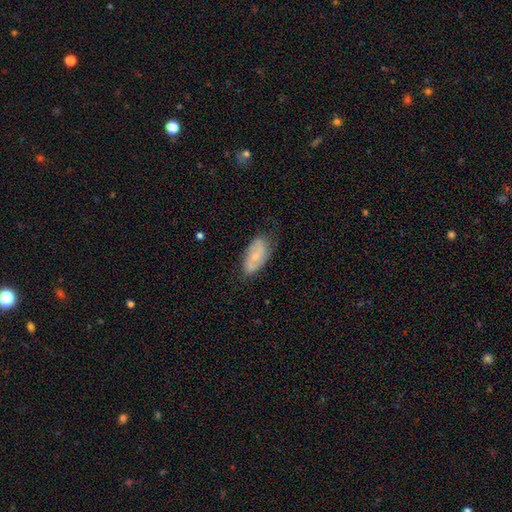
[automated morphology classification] Q: Smooth or featured?
A: smooth (47%); runner-up: featured or disk (46%)
Q: Merging?
A: none (69%); runner-up: minor disturbance (23%)